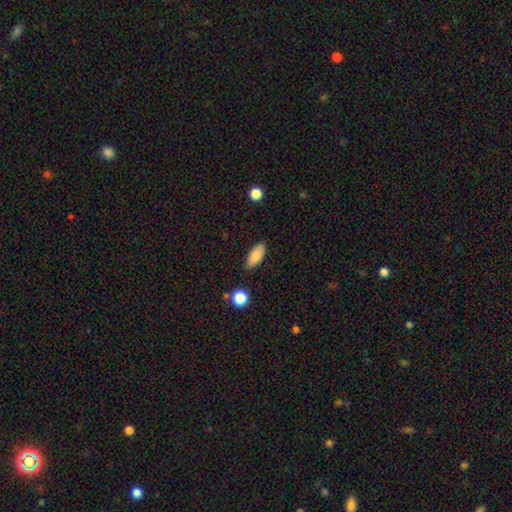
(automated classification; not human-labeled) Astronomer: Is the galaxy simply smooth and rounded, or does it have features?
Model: smooth — 81%.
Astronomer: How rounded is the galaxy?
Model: in between — 86%.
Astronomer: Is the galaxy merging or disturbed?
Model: none — 82%.